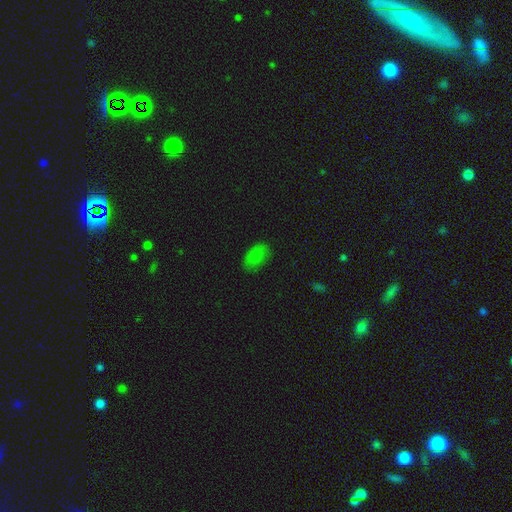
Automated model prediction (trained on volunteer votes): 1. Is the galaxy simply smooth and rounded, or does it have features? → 80% smooth, 11% star or artifact, 9% featured or disk.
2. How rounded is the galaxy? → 92% in between, 7% round, 2% cigar-shaped.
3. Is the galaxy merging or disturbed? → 76% none, 18% minor disturbance, 4% major disturbance, 1% merger.